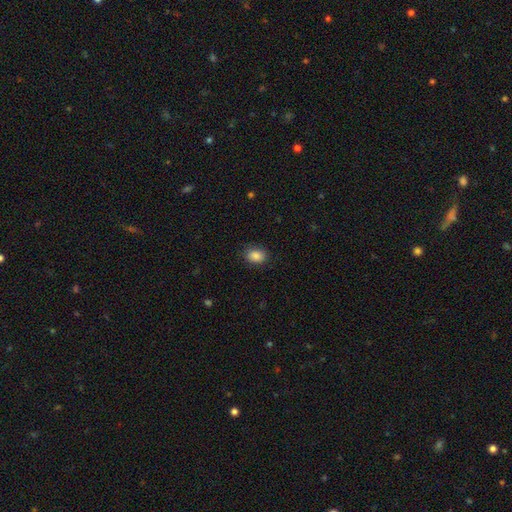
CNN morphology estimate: type=smooth (87%); roundness=in between (68%); merging=none (85%).